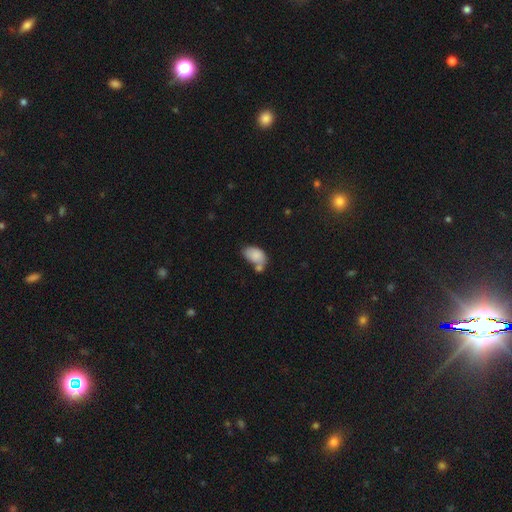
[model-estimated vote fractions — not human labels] smooth-or-featured: smooth: 84% | featured or disk: 9% | star or artifact: 7%
  how-rounded: in between: 91% | round: 7% | cigar-shaped: 1%
  merging: none: 36% | merger: 34% | minor disturbance: 21% | major disturbance: 8%